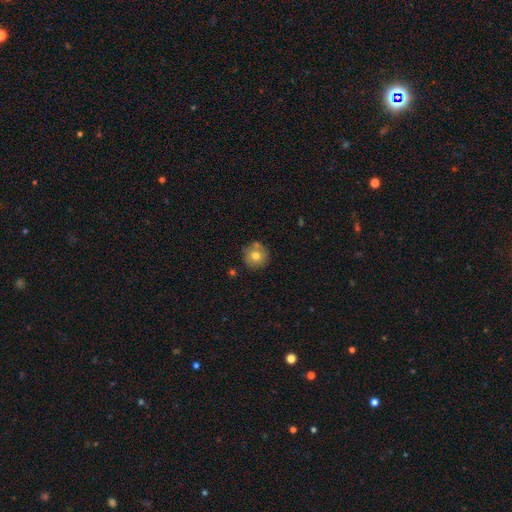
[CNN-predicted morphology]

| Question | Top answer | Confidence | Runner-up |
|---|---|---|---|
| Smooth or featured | smooth | 72% | featured or disk (19%) |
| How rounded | round | 94% | in between (5%) |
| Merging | none | 77% | minor disturbance (13%) |